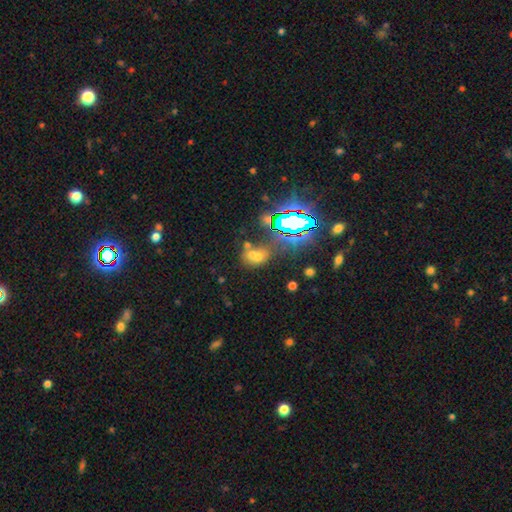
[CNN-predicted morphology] Overall: smooth (51%; star or artifact 33%). How rounded: in between (61%; round 37%). Merging: merger (47%; none 35%).